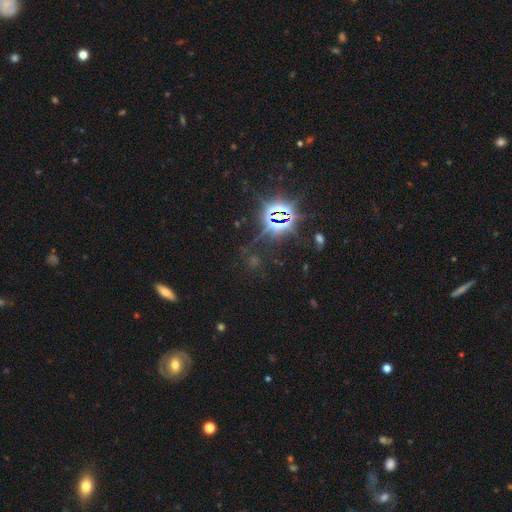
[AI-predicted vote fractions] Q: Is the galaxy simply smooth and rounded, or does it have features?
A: star or artifact — 75%.